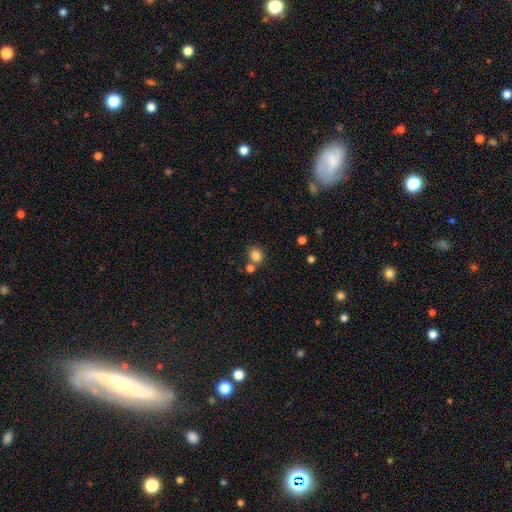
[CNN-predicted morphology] Smooth or featured? smooth (84%)
How rounded? round (74%)
Merging? none (66%)